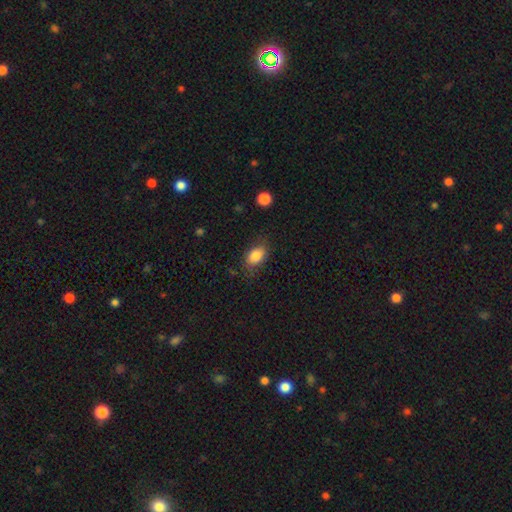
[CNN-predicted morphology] A smooth galaxy with no disk features (83%) that is in between round and cigar-shaped (85%). Merging: none (72%).